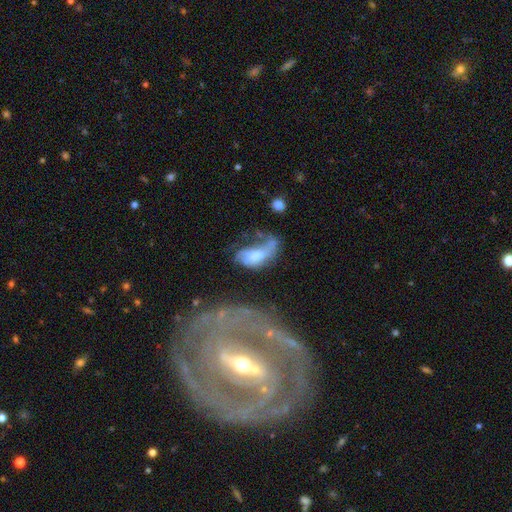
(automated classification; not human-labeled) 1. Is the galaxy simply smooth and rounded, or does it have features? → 54% featured or disk, 36% smooth, 10% star or artifact.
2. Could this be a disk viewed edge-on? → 92% no, 8% yes.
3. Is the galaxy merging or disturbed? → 39% major disturbance, 23% none, 20% minor disturbance, 18% merger.